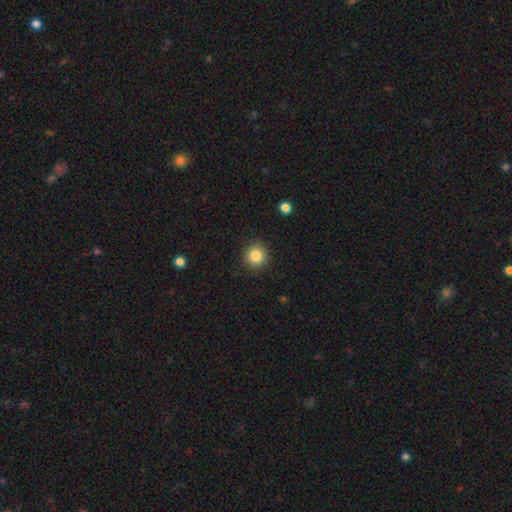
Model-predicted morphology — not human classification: smooth-or-featured: smooth: 85% | star or artifact: 10% | featured or disk: 5%
  how-rounded: round: 93% | in between: 6% | cigar-shaped: 1%
  merging: none: 90% | minor disturbance: 7% | major disturbance: 2% | merger: 1%